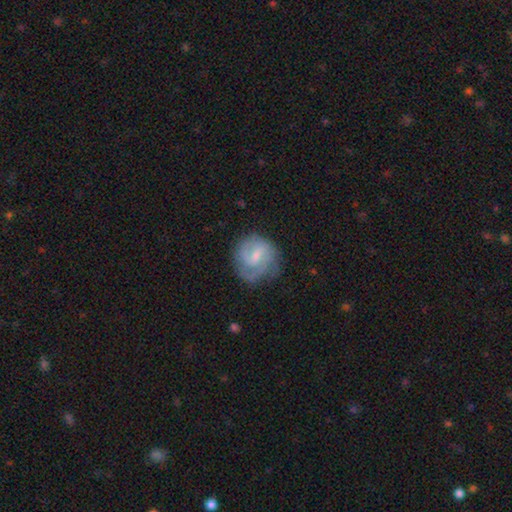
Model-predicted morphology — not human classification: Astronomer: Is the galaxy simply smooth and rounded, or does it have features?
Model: featured or disk — 73%.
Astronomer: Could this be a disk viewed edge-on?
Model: no — 98%.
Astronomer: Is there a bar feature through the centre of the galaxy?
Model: weak — 60%.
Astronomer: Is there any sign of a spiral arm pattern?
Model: yes — 90%.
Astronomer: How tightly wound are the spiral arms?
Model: medium — 43% (runner-up: tight, 42%).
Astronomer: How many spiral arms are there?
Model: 2 — 38% (runner-up: can't tell, 27%).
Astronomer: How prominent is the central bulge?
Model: small — 57%.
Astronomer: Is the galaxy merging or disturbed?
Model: none — 64%.